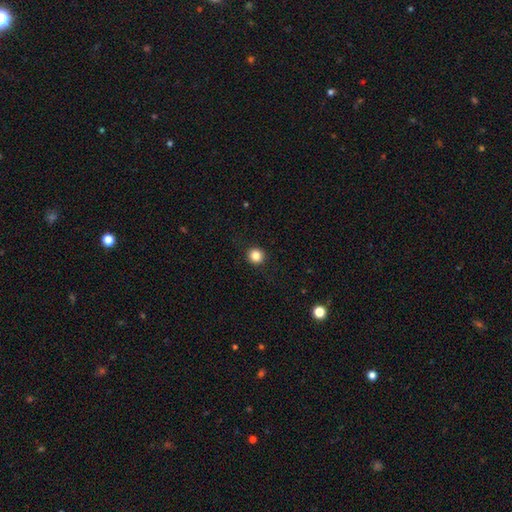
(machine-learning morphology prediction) This is clearly a smooth galaxy (84%). How rounded: clearly round (93%). Merging: clearly none (92%).